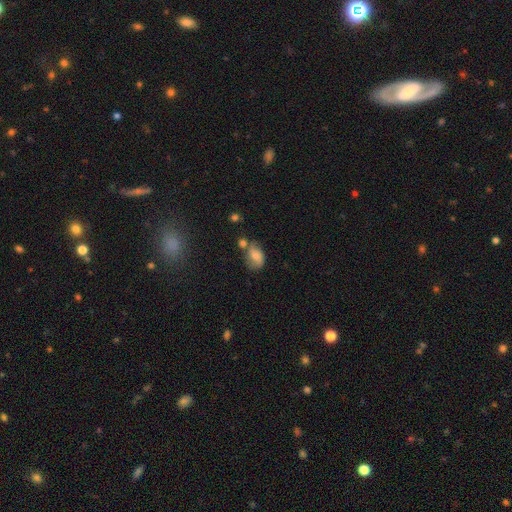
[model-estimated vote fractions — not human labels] A smooth galaxy with no disk features (62%) that is in between round and cigar-shaped (80%).

Vote fractions:
- Smooth or featured? smooth: 62% / featured or disk: 27% / star or artifact: 11%
- How rounded? in between: 80% / round: 18% / cigar-shaped: 2%
- Merging? none: 39% / minor disturbance: 25% / merger: 24% / major disturbance: 12%